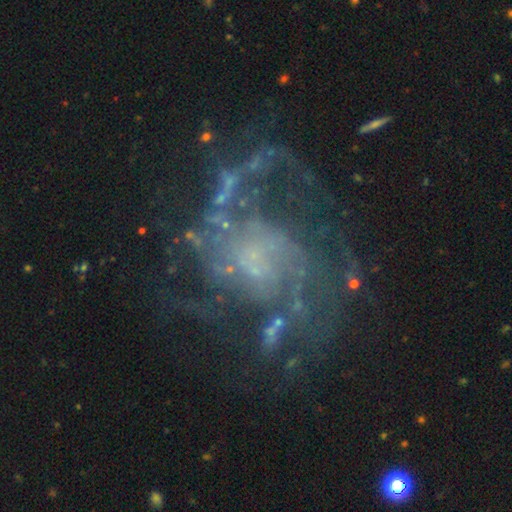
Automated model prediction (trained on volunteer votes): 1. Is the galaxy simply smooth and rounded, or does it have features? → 83% featured or disk, 11% star or artifact, 6% smooth.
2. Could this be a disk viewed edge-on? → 98% no, 2% yes.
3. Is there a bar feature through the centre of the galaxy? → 61% no, 32% weak, 7% strong.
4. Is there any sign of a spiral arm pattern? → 90% yes, 10% no.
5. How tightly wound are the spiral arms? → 45% medium, 32% loose, 23% tight.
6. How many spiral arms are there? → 30% can't tell, 28% 2, 17% 3, 10% 4, 8% 1, 8% more than 4.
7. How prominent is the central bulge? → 41% none, 38% small, 16% moderate, 4% large, 1% dominant.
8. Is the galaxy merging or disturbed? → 59% none, 23% major disturbance, 15% minor disturbance, 3% merger.